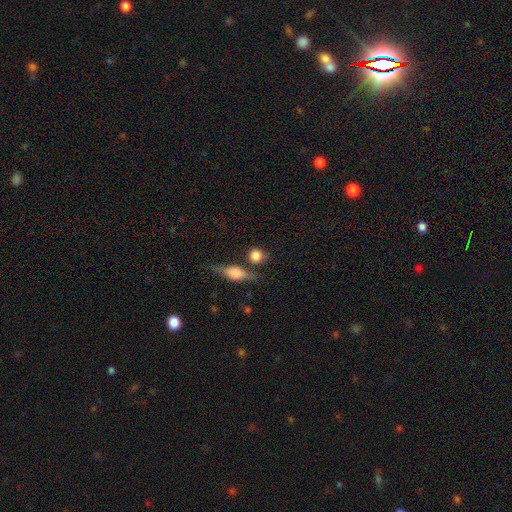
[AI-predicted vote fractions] A smooth galaxy with no disk features (77%) that is round (74%). Merging: none (68%).